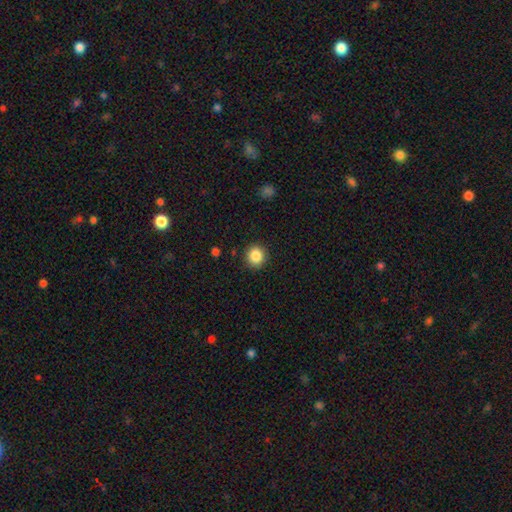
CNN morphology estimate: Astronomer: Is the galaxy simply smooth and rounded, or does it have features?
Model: smooth — 86%.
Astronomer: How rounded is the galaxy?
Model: round — 89%.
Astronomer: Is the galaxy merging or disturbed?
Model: none — 90%.